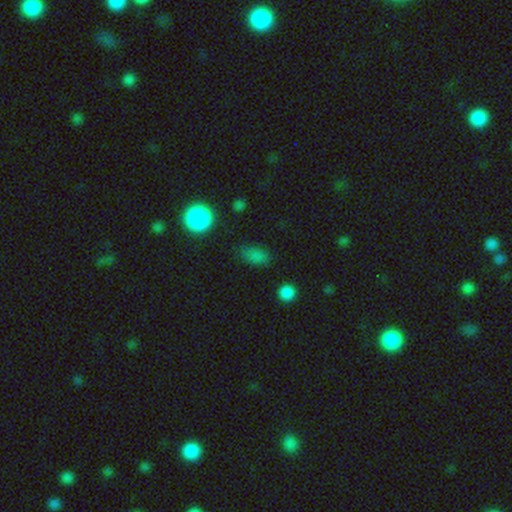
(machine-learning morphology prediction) This is likely a smooth galaxy (78%). How rounded: clearly in between (80%). Merging: likely none (74%).